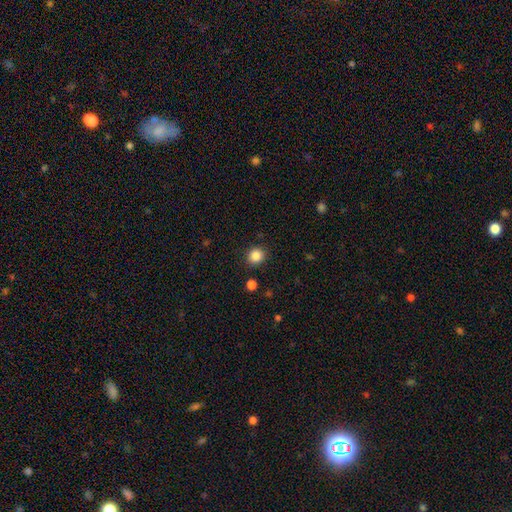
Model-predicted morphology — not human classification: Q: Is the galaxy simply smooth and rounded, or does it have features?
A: smooth — 85%.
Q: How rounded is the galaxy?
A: round — 85%.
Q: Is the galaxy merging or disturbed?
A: none — 89%.